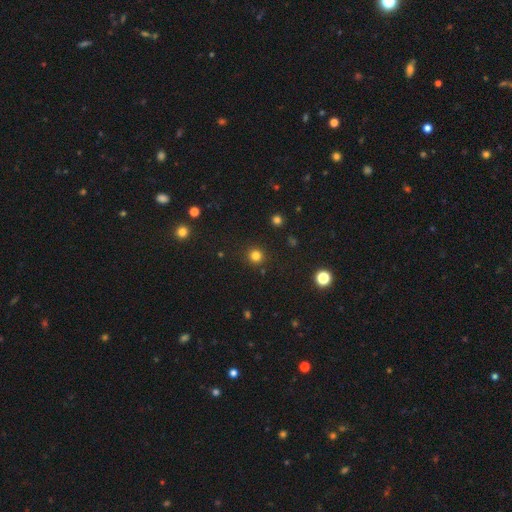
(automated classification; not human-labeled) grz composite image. It shows a smooth galaxy with no disk features (81%) that is round (94%). Merging: none (91%).